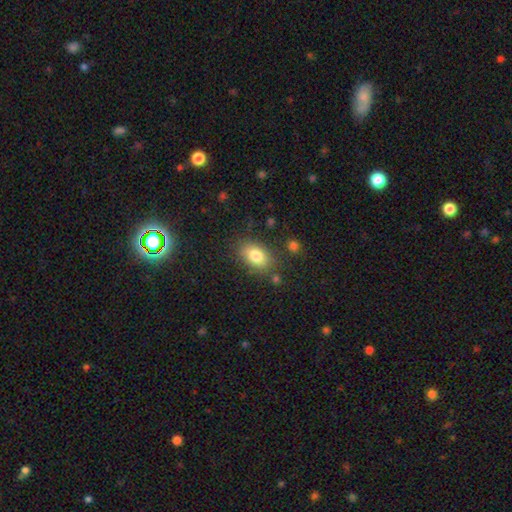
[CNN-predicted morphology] The model was most divided on "merging": none: 80%, minor disturbance: 13%, major disturbance: 4%, merger: 3%. More confident: how rounded — in between (87%); smooth or featured — smooth (83%).